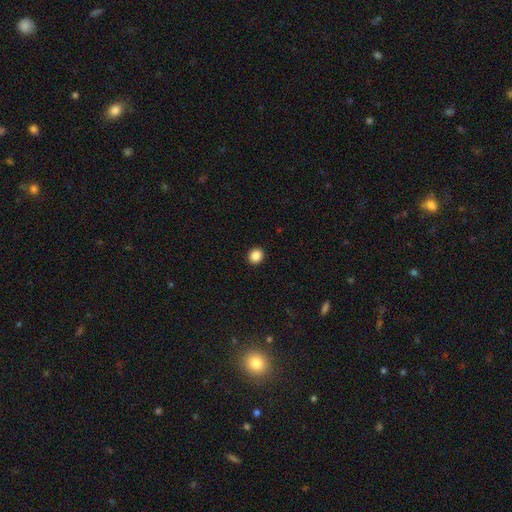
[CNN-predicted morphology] Q: Smooth or featured?
A: smooth (87%); runner-up: star or artifact (10%)
Q: How rounded?
A: round (81%); runner-up: in between (18%)
Q: Merging?
A: none (93%); runner-up: minor disturbance (4%)